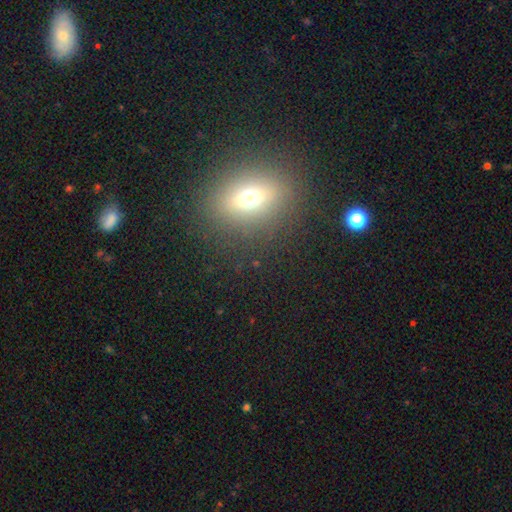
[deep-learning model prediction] smooth 58%, star or artifact 22%, featured or disk 20%. Down the decision tree: how rounded — in between (60%); merging — none (89%).